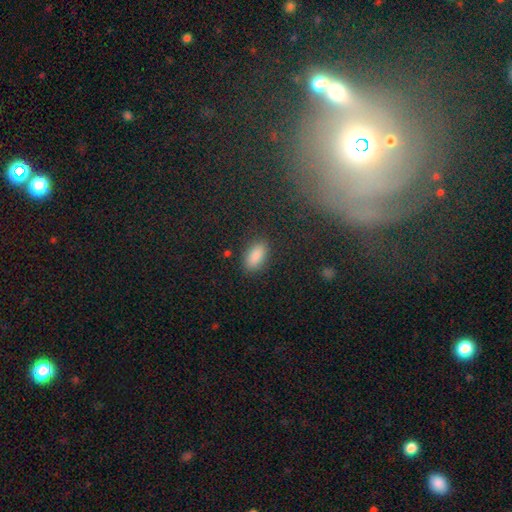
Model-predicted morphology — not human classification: A smooth galaxy with no disk features (87%) that is in between round and cigar-shaped (90%).

Vote fractions:
- Smooth or featured? smooth: 87% / star or artifact: 9% / featured or disk: 4%
- How rounded? in between: 90% / cigar-shaped: 5% / round: 4%
- Merging? none: 85% / minor disturbance: 10% / major disturbance: 3% / merger: 2%